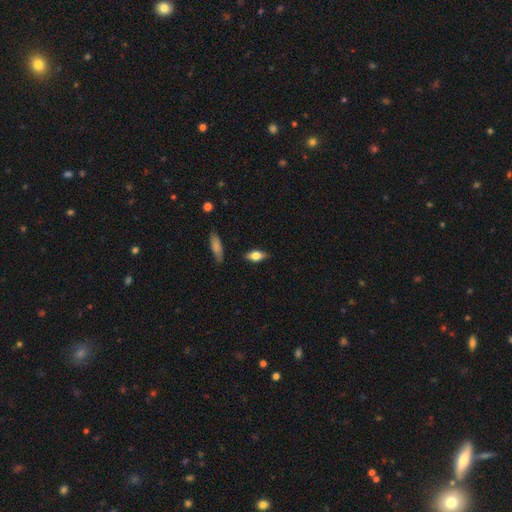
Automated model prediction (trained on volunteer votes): smooth-or-featured: smooth: 66% | featured or disk: 26% | star or artifact: 8%
  how-rounded: in between: 81% | cigar-shaped: 13% | round: 5%
  merging: none: 84% | minor disturbance: 12% | major disturbance: 2% | merger: 2%